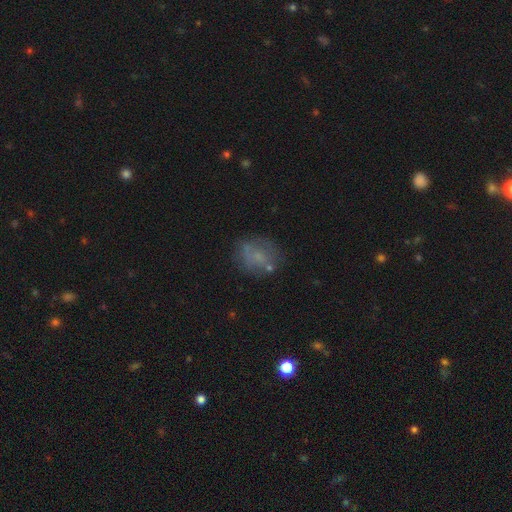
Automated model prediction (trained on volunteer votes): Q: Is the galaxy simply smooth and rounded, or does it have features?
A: smooth — 51%.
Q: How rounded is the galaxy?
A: round — 60%.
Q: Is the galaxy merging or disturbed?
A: none — 60%.